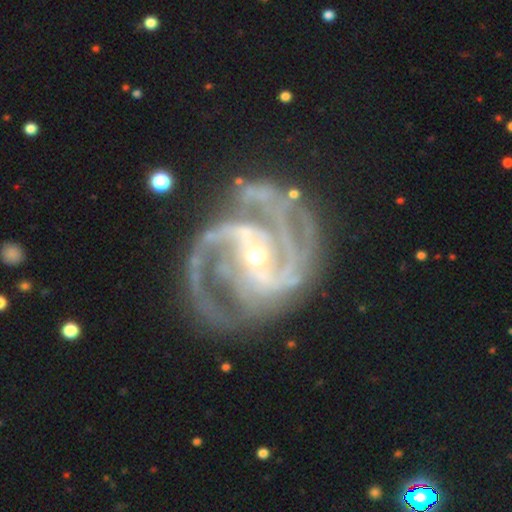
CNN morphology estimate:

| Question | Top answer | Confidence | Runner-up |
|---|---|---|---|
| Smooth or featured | featured or disk | 92% | star or artifact (5%) |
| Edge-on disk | no | 98% | yes (2%) |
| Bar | strong | 41% | weak (35%) |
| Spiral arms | yes | 98% | no (2%) |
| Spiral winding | medium | 52% | tight (39%) |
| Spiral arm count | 2 | 35% | 3 (34%) |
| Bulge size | small | 55% | moderate (41%) |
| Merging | none | 66% | minor disturbance (18%) |